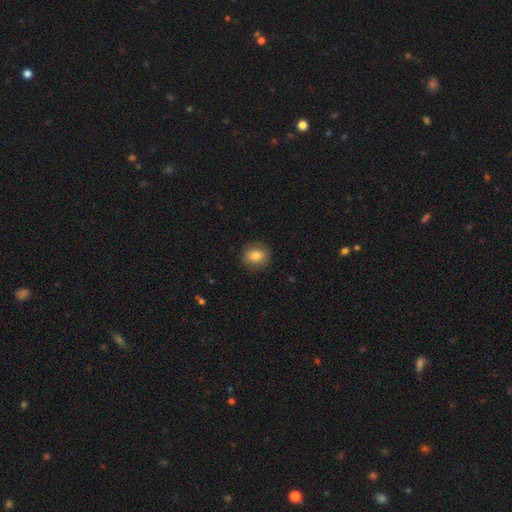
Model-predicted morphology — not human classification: smooth 77%, featured or disk 14%, star or artifact 9%. Down the decision tree: how rounded — round (72%); merging — none (84%).